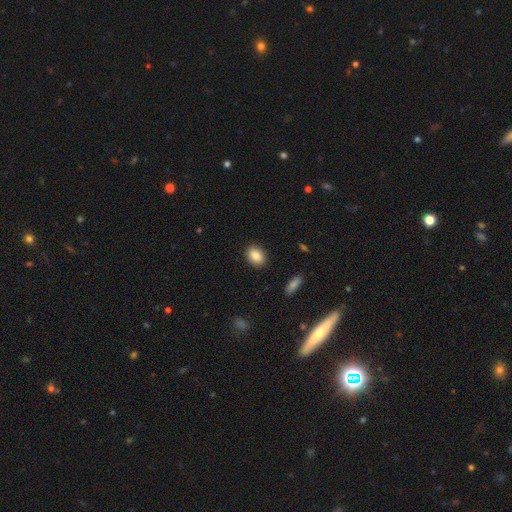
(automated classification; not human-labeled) A smooth galaxy with no disk features (87%) that is in between round and cigar-shaped (73%). Merging: none (89%).